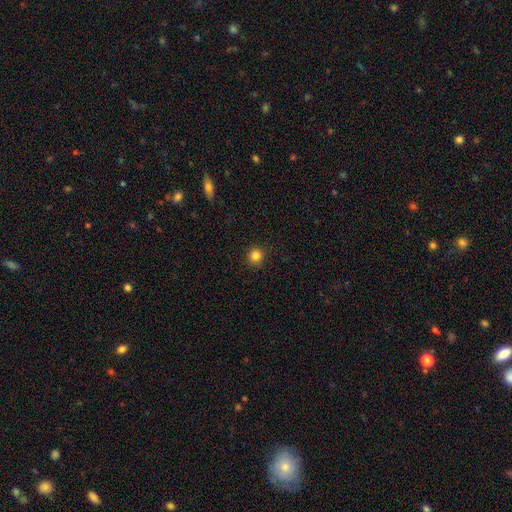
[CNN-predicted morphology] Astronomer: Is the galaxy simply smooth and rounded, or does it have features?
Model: smooth — 84%.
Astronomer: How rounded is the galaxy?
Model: round — 93%.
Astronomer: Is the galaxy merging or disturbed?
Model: none — 92%.